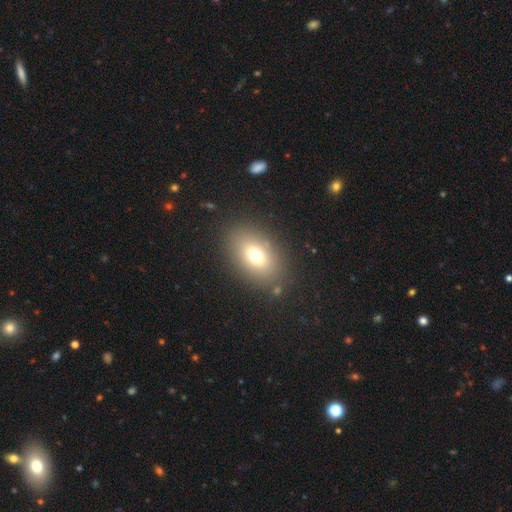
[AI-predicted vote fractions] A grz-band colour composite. It shows a smooth galaxy with no disk features (70%) that is in between round and cigar-shaped (81%). Merging: none (83%).